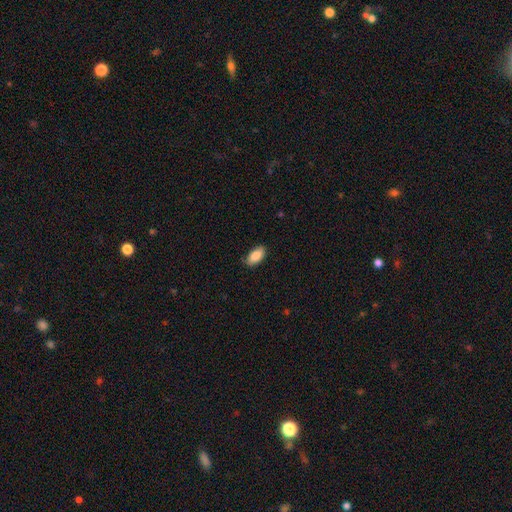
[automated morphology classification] Smooth or featured?
  - smooth: 87% *
  - star or artifact: 6%
  - featured or disk: 6%
How rounded?
  - in between: 93% *
  - cigar-shaped: 5%
  - round: 3%
Merging?
  - none: 84% *
  - minor disturbance: 12%
  - major disturbance: 2%
  - merger: 1%